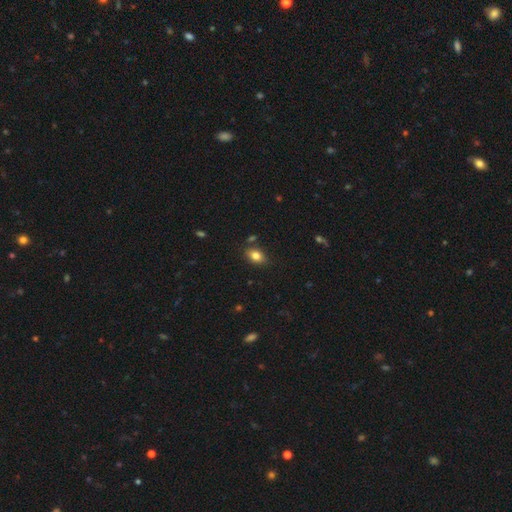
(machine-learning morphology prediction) This appears to be a smooth galaxy with no disk features (81%) that is in between round and cigar-shaped (80%). Merging: none (79%).